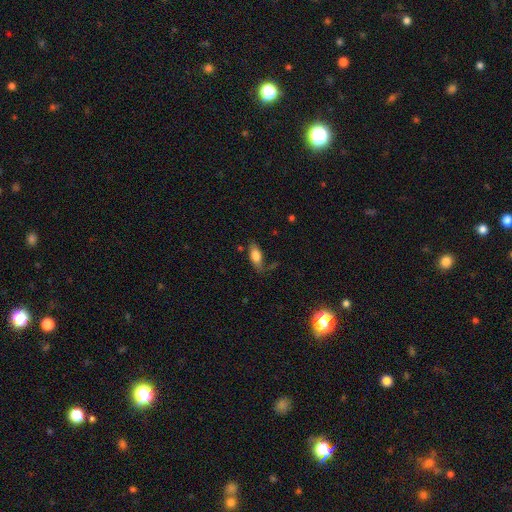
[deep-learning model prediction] This appears to be a smooth galaxy with no disk features (75%) that is in between round and cigar-shaped (81%). Merging: none (63%).